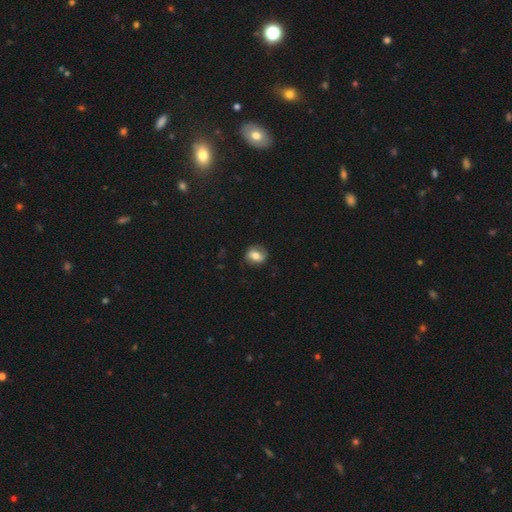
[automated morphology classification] smooth_or_featured: smooth (p=0.57) [alt: featured or disk p=0.35]
how_rounded: round (p=0.53) [alt: in between p=0.45]
merging: none (p=0.78) [alt: minor disturbance p=0.16]